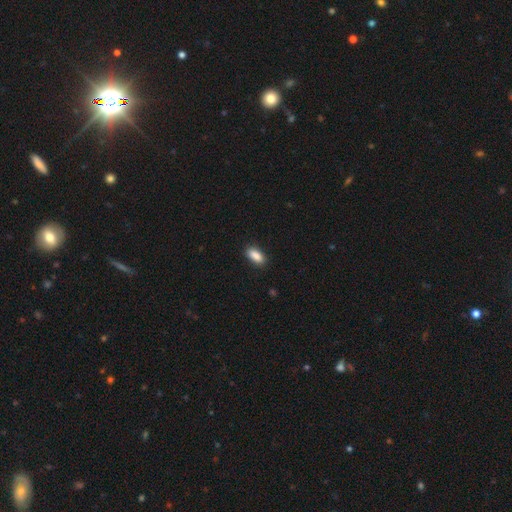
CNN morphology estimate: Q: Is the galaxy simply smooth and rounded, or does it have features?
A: smooth — 89%.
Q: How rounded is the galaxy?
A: in between — 87%.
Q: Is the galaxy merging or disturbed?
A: none — 87%.